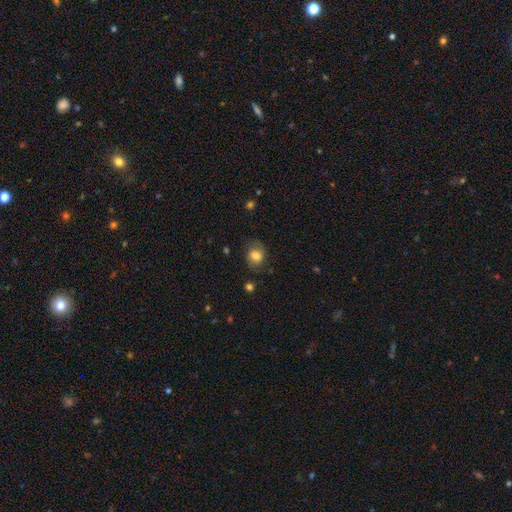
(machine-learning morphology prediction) The model was most divided on "how rounded": round: 57%, in between: 42%, cigar-shaped: 1%. More confident: smooth or featured — smooth (70%); merging — none (69%).